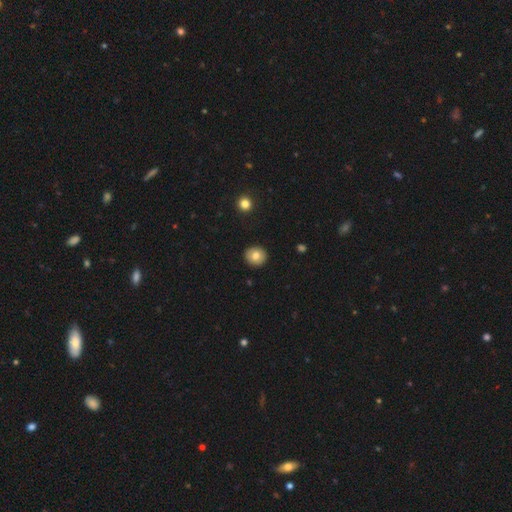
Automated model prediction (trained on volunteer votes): This appears to be a smooth galaxy with no disk features (78%) that is round (87%). Merging: none (91%).